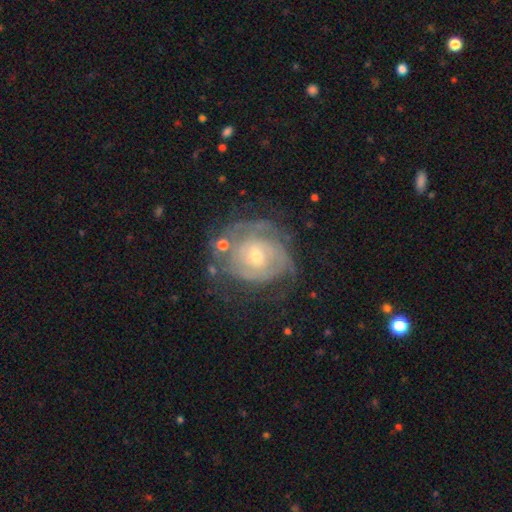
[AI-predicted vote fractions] Morphology: type=featured or disk (81%); edge-on=no (97%); bar=no (63%); spiral arms=yes (88%); winding=tight (73%); arm count=can't tell (46%); bulge=small (52%); merging=none (60%).